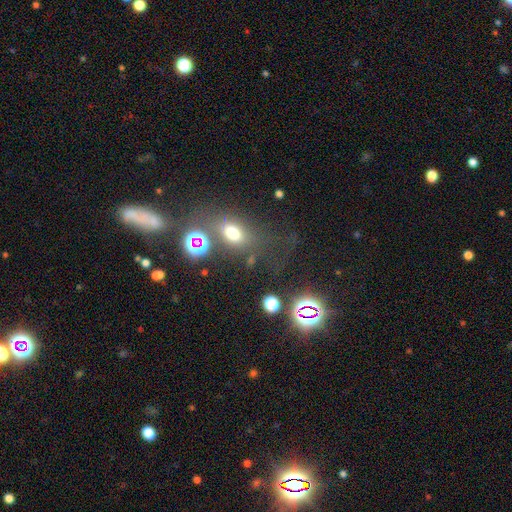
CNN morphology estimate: Smooth or featured?
  - star or artifact: 43% *
  - smooth: 41%
  - featured or disk: 16%